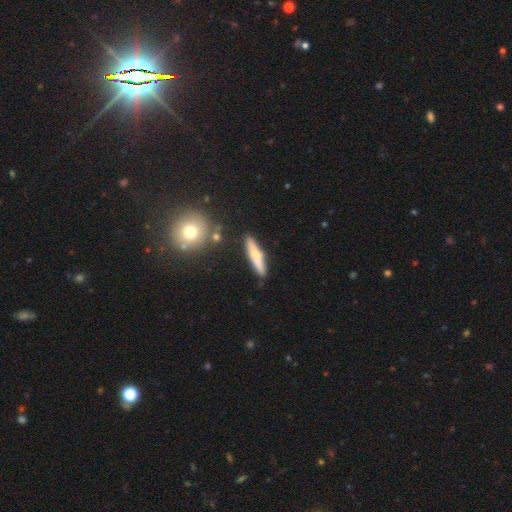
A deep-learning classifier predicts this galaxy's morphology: Smooth or featured? Predicted: smooth (p=0.59). How rounded? Predicted: cigar-shaped (p=0.84). Merging? Predicted: none (p=0.83).